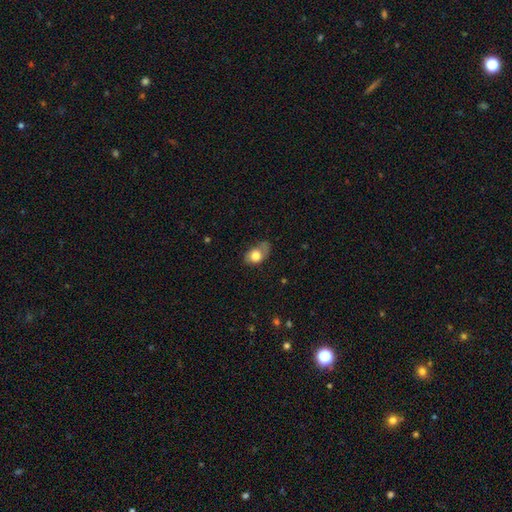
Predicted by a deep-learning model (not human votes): Q: Smooth or featured?
A: smooth (68%); runner-up: featured or disk (24%)
Q: How rounded?
A: in between (80%); runner-up: round (18%)
Q: Merging?
A: none (47%); runner-up: minor disturbance (34%)